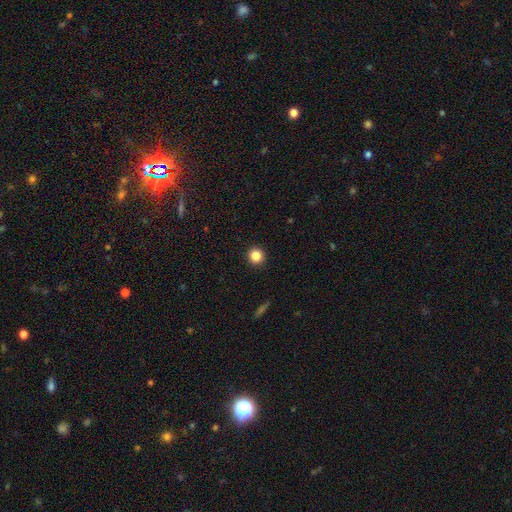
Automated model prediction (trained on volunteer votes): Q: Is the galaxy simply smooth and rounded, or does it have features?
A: smooth — 85%.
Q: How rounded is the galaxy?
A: round — 94%.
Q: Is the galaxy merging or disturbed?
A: none — 93%.